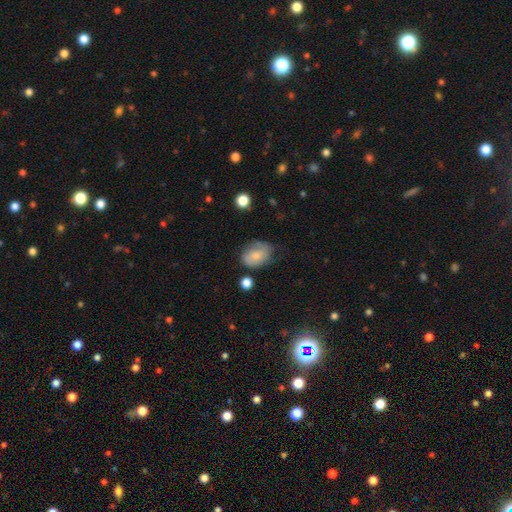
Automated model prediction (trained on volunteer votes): A smooth galaxy with no disk features (66%) that is in between round and cigar-shaped (69%). Merging: none (57%).